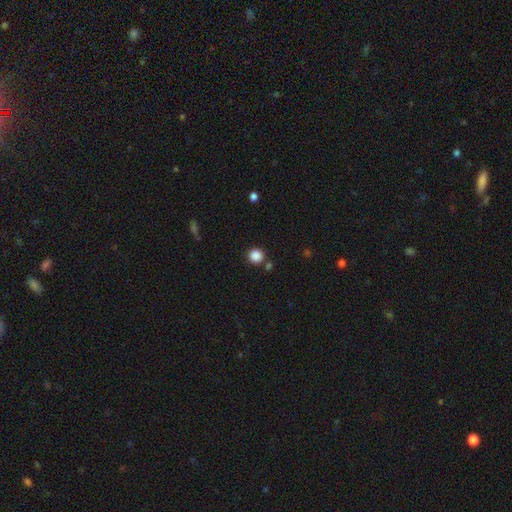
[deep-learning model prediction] Overall: smooth (87%). How rounded: round (92%). Merging: none (83%).